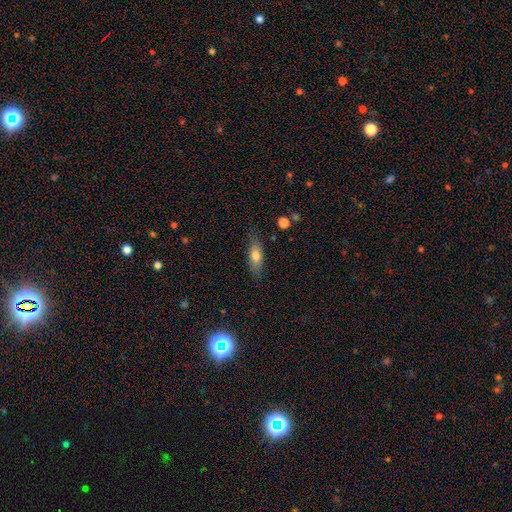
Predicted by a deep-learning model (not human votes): Morphology: type=smooth (69%); roundness=in between (60%); merging=none (81%).